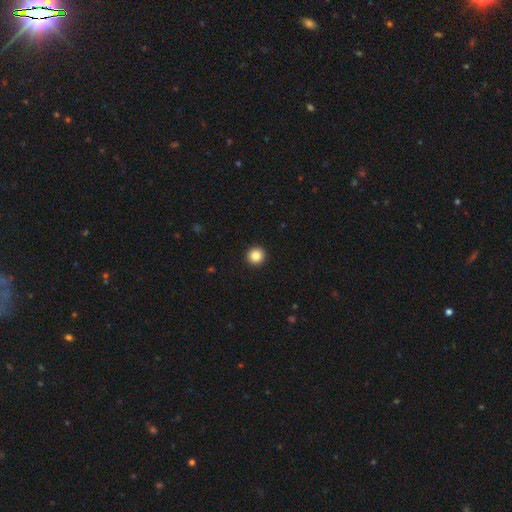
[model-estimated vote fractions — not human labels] Q: Smooth or featured?
A: smooth (86%); runner-up: star or artifact (10%)
Q: How rounded?
A: round (96%); runner-up: in between (3%)
Q: Merging?
A: none (94%); runner-up: minor disturbance (4%)